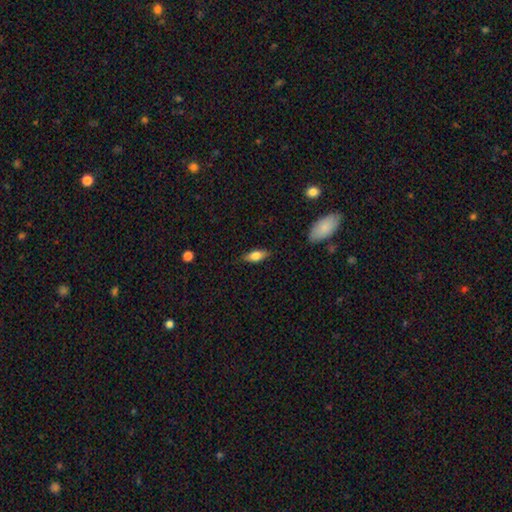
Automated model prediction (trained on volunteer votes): Overall: smooth (73%). How rounded: in between (75%). Merging: none (84%).